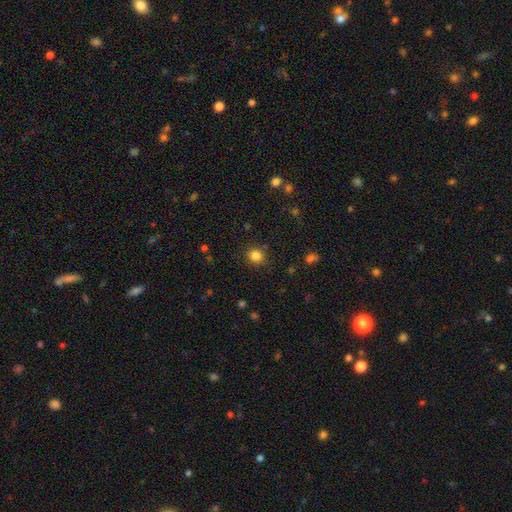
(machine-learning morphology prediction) This is clearly a smooth galaxy (83%). How rounded: clearly round (87%). Merging: clearly none (87%).